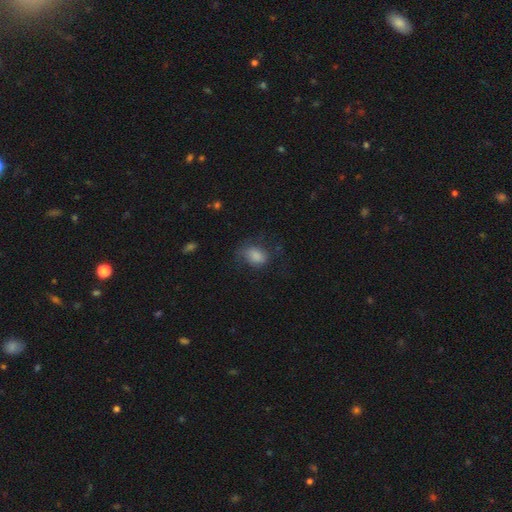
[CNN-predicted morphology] A smooth galaxy with no disk features (77%) that is in between round and cigar-shaped (74%). Merging: none (49%).